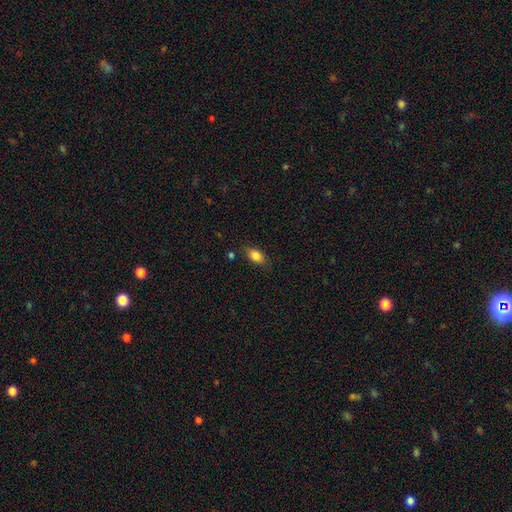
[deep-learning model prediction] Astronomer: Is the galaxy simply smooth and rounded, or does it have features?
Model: smooth — 85%.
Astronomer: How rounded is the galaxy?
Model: in between — 88%.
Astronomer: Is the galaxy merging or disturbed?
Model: none — 78%.